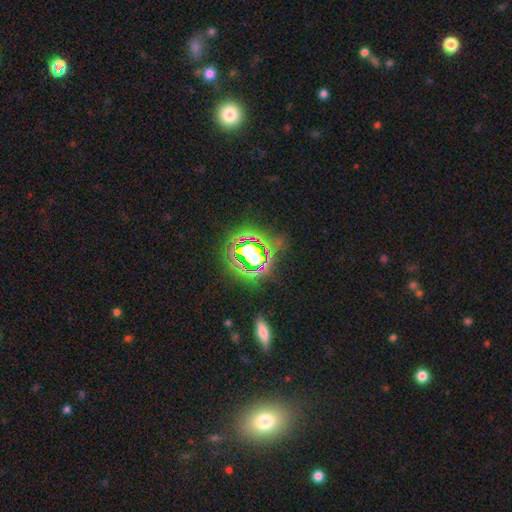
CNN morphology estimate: smooth_or_featured: star or artifact (p=0.75) [alt: smooth p=0.16]